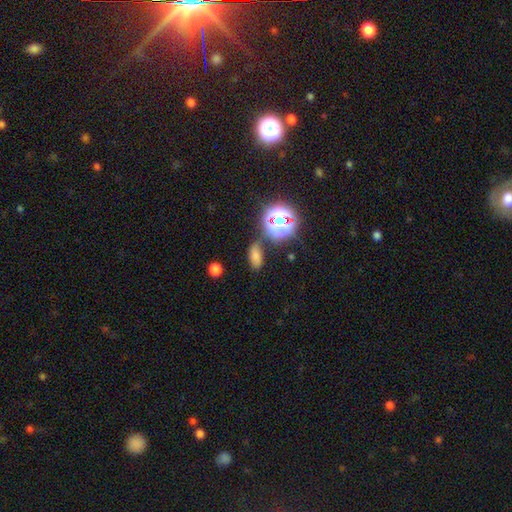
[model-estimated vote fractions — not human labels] Morphology: type=smooth (68%); roundness=in between (79%); merging=none (67%).